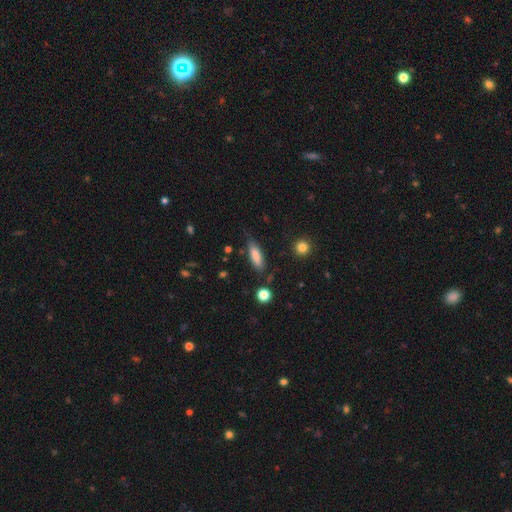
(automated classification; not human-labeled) Overall: smooth (81%). How rounded: in between (57%; cigar-shaped 41%). Merging: none (71%).